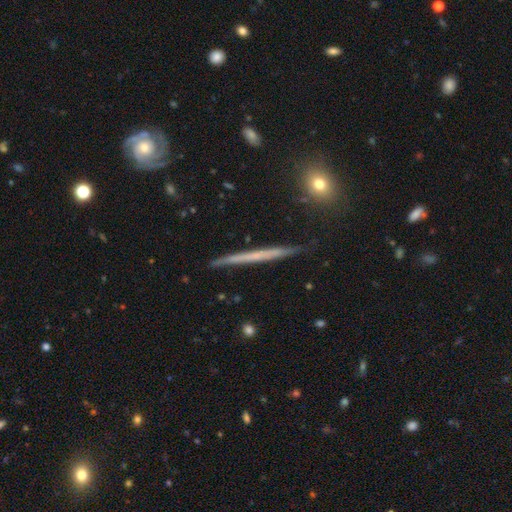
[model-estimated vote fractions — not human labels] A featured or disk galaxy (63%) viewed edge-on (97%) with no central bulge (90%).

Vote fractions:
- Smooth or featured? featured or disk: 63% / smooth: 32% / star or artifact: 6%
- Edge-on disk? yes: 97% / no: 3%
- Edge-on bulge? none: 90% / rounded: 7% / boxy: 3%
- Merging? none: 89% / minor disturbance: 8% / major disturbance: 1% / merger: 1%